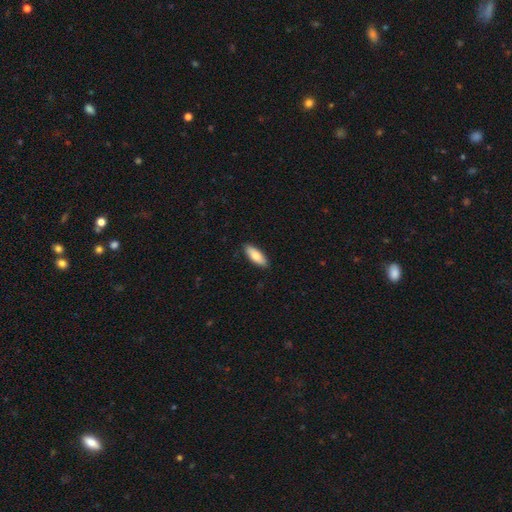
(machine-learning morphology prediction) type=smooth (79%); roundness=in between (68%); merging=none (89%).